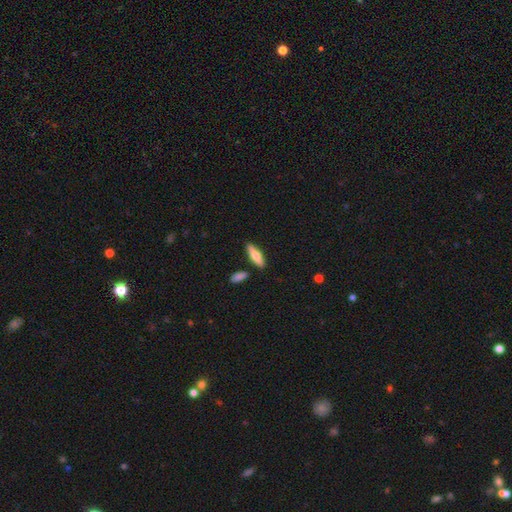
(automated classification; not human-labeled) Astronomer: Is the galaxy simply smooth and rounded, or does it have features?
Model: smooth — 65%.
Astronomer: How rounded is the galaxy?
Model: cigar-shaped — 54% (runner-up: in between, 44%).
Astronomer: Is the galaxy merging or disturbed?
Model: none — 84%.